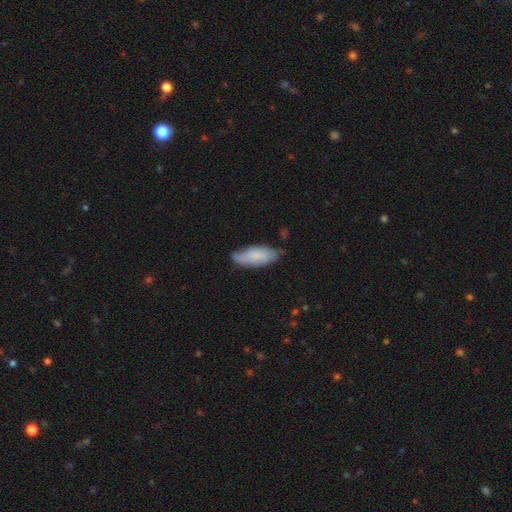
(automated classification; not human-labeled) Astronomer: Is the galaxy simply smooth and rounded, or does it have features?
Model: smooth — 71%.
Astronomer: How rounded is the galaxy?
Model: in between — 78%.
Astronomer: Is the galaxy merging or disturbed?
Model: none — 62%.